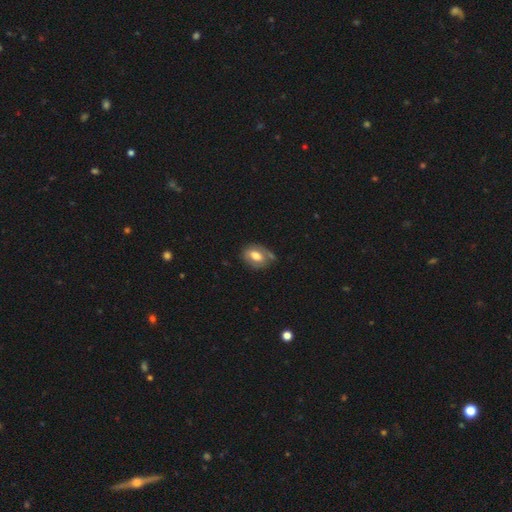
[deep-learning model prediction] A smooth galaxy with no disk features (63%) that is in between round and cigar-shaped (77%).

Vote fractions:
- Smooth or featured? smooth: 63% / featured or disk: 30% / star or artifact: 7%
- How rounded? in between: 77% / round: 21% / cigar-shaped: 2%
- Merging? none: 57% / minor disturbance: 28% / major disturbance: 10% / merger: 6%